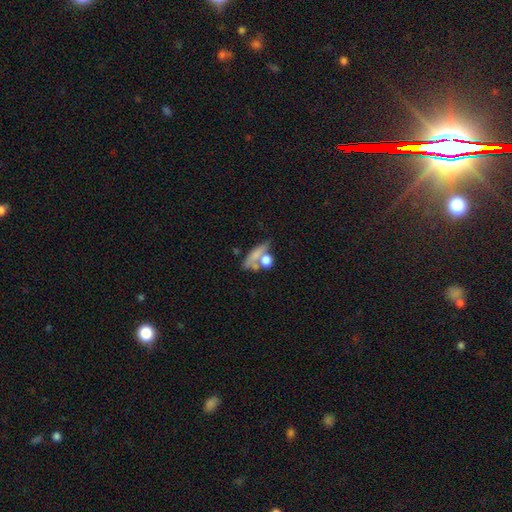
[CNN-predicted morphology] Overall: smooth (66%). How rounded: in between (39%; cigar-shaped 34%). Merging: none (41%; merger 33%).